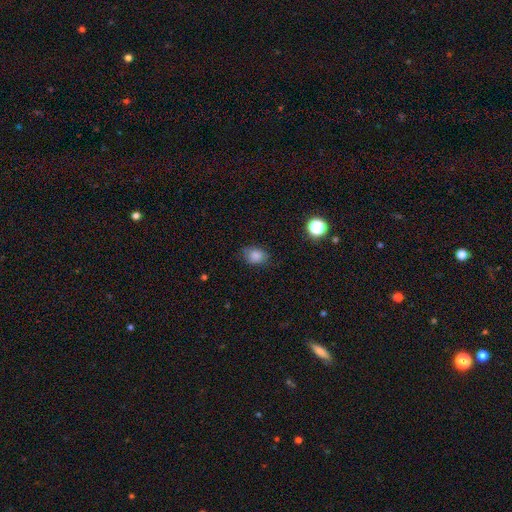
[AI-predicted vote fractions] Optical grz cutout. It shows a smooth galaxy with no disk features (83%) that is in between round and cigar-shaped (60%). Merging: none (74%).